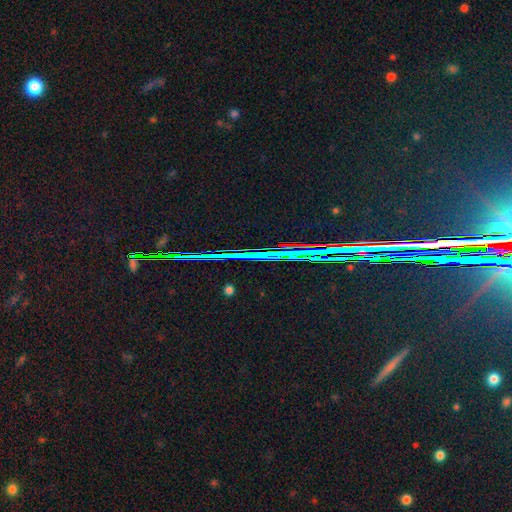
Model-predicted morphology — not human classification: Overall: star or artifact (86%).